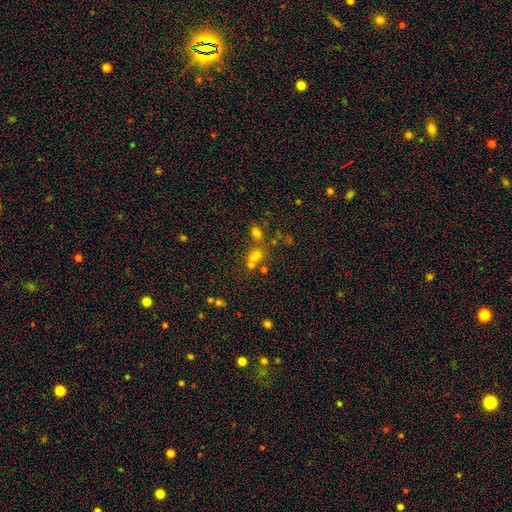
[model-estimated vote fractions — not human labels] Smooth or featured?
  - smooth: 57% *
  - star or artifact: 29%
  - featured or disk: 15%
How rounded?
  - round: 61% *
  - in between: 37%
  - cigar-shaped: 2%
Merging?
  - merger: 44% *
  - none: 41%
  - minor disturbance: 9%
  - major disturbance: 6%